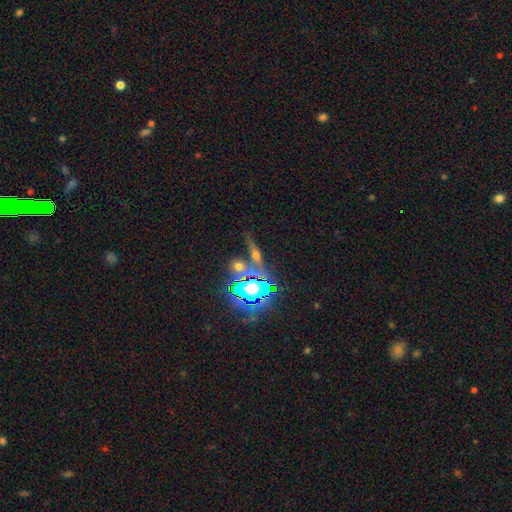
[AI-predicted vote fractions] smooth_or_featured: featured or disk (p=0.40) [alt: star or artifact p=0.32]
merging: none (p=0.62) [alt: minor disturbance p=0.15]